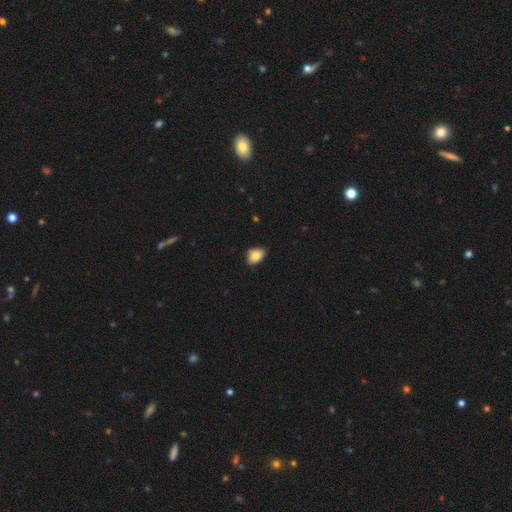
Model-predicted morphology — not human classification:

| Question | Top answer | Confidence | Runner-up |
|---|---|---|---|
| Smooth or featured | smooth | 84% | star or artifact (8%) |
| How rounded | in between | 81% | round (18%) |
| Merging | none | 73% | minor disturbance (23%) |